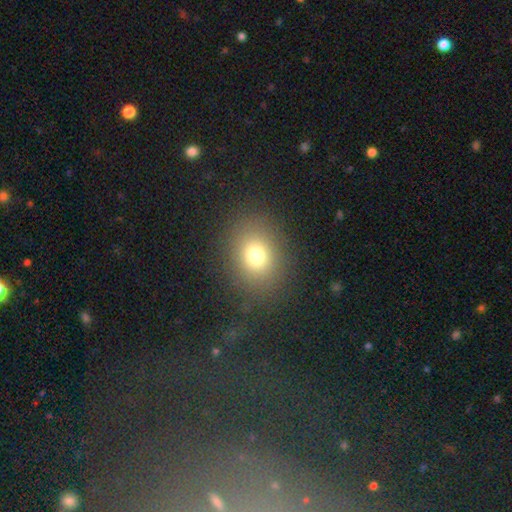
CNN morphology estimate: Q: Smooth or featured?
A: smooth (73%); runner-up: star or artifact (17%)
Q: How rounded?
A: round (61%); runner-up: in between (39%)
Q: Merging?
A: none (84%); runner-up: minor disturbance (9%)